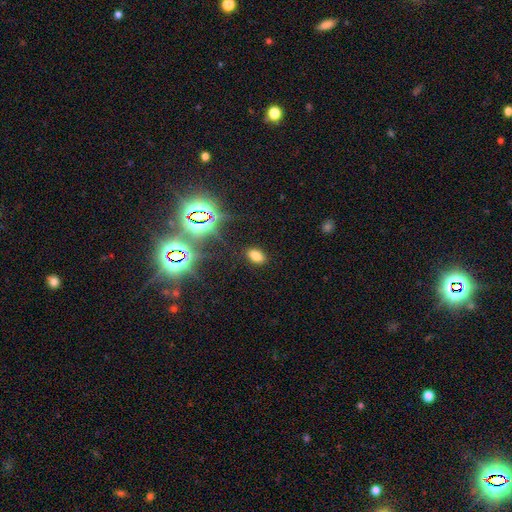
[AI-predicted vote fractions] Morphology: type=smooth (72%); roundness=in between (91%); merging=none (87%).